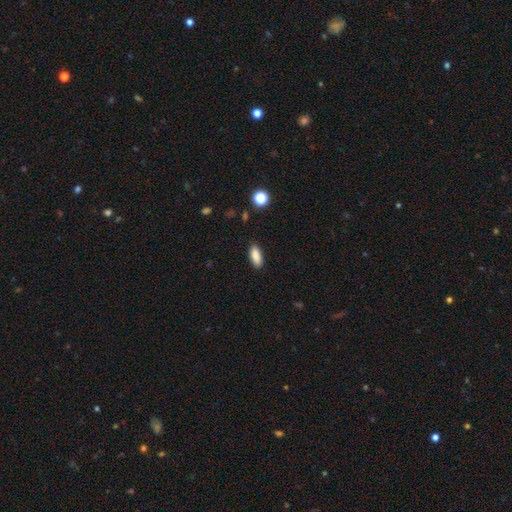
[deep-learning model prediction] Smooth or featured? smooth (88%)
How rounded? in between (77%)
Merging? none (87%)